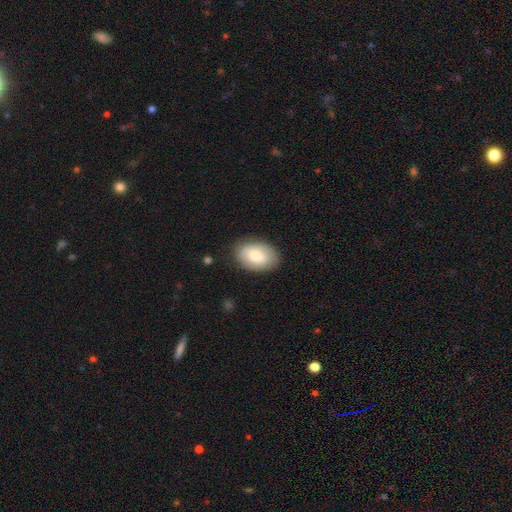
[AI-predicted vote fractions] smooth-or-featured: smooth: 75% | featured or disk: 19% | star or artifact: 6%
  how-rounded: in between: 89% | round: 10% | cigar-shaped: 1%
  merging: none: 83% | minor disturbance: 12% | major disturbance: 3% | merger: 1%